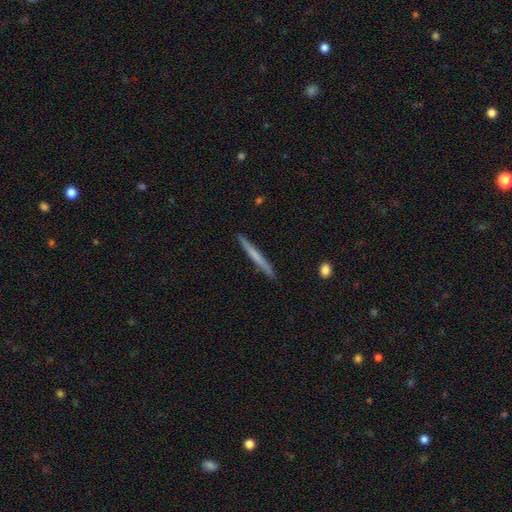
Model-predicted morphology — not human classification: Q: Smooth or featured?
A: smooth (55%); runner-up: featured or disk (39%)
Q: How rounded?
A: cigar-shaped (97%); runner-up: in between (2%)
Q: Merging?
A: none (91%); runner-up: minor disturbance (7%)